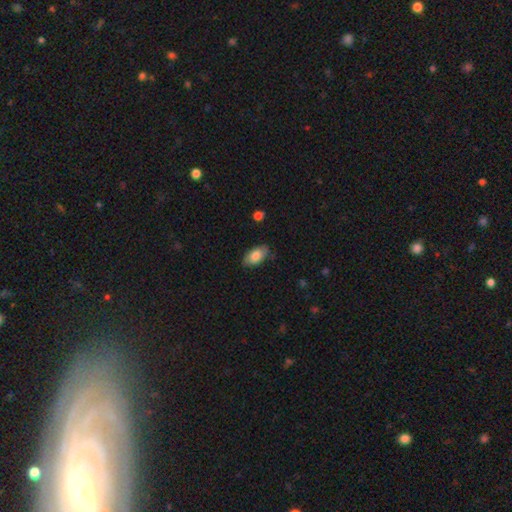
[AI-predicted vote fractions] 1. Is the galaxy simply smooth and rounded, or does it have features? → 81% smooth, 13% featured or disk, 6% star or artifact.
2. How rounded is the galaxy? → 94% in between, 3% round, 3% cigar-shaped.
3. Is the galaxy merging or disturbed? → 79% none, 16% minor disturbance, 3% major disturbance, 1% merger.